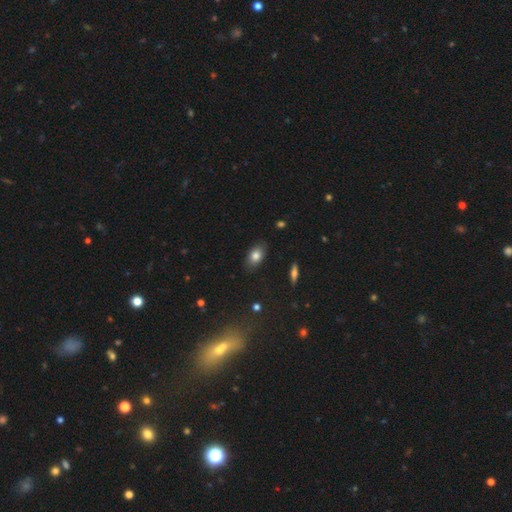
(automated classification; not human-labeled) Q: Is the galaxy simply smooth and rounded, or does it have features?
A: smooth — 80%.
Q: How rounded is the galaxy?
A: in between — 88%.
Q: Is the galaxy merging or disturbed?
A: none — 84%.